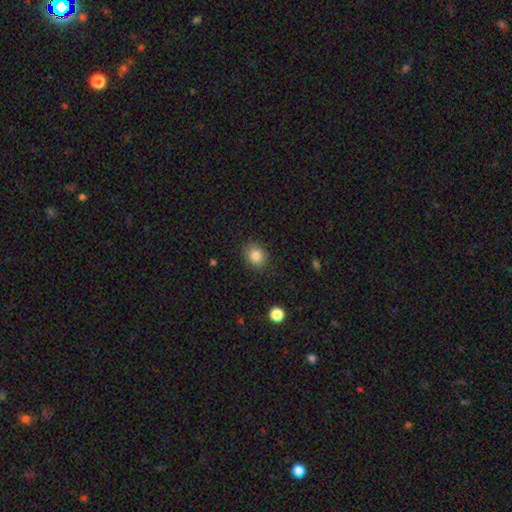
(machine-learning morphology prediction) A smooth galaxy with no disk features (84%) that is round (66%).

Vote fractions:
- Smooth or featured? smooth: 84% / star or artifact: 10% / featured or disk: 6%
- How rounded? round: 66% / in between: 34% / cigar-shaped: 1%
- Merging? none: 86% / minor disturbance: 10% / major disturbance: 3% / merger: 1%